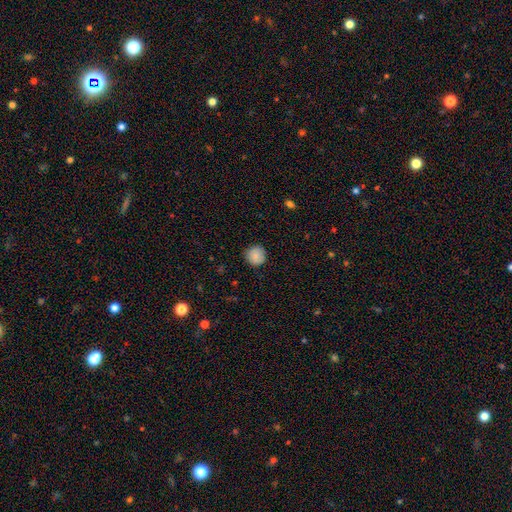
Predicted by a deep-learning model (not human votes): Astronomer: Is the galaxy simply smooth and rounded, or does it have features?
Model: smooth — 87%.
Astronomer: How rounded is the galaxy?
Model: round — 92%.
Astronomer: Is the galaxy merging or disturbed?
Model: none — 87%.